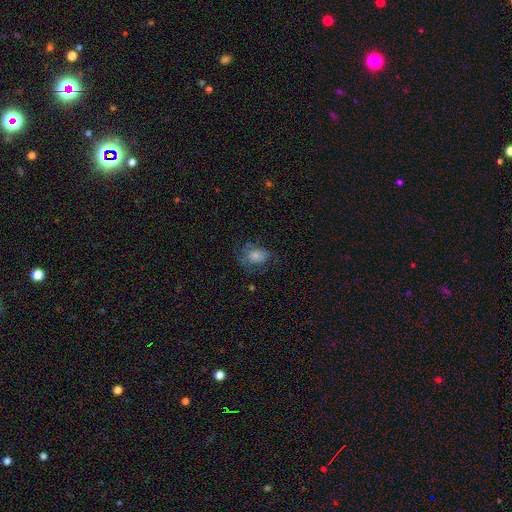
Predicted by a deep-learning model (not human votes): smooth_or_featured: smooth (p=0.48) [alt: featured or disk p=0.35]
merging: none (p=0.57) [alt: minor disturbance p=0.23]